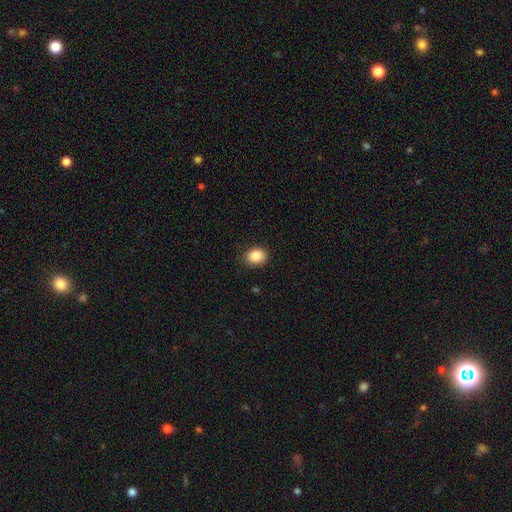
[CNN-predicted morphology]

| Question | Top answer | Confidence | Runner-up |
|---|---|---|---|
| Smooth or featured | smooth | 87% | star or artifact (9%) |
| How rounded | in between | 51% | round (48%) |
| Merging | none | 84% | minor disturbance (13%) |